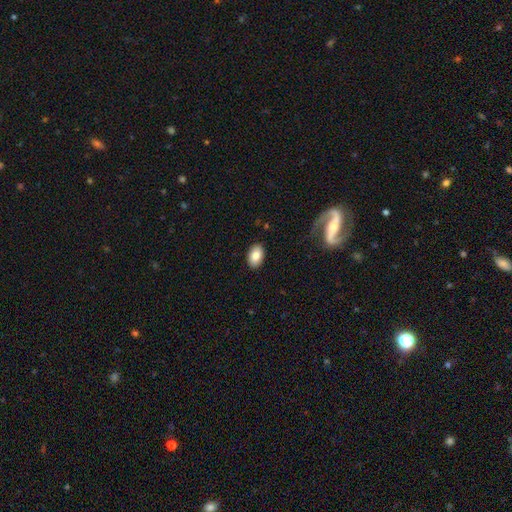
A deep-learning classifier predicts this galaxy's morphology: A smooth galaxy with no disk features (83%) that is in between round and cigar-shaped (91%). Merging: none (89%).